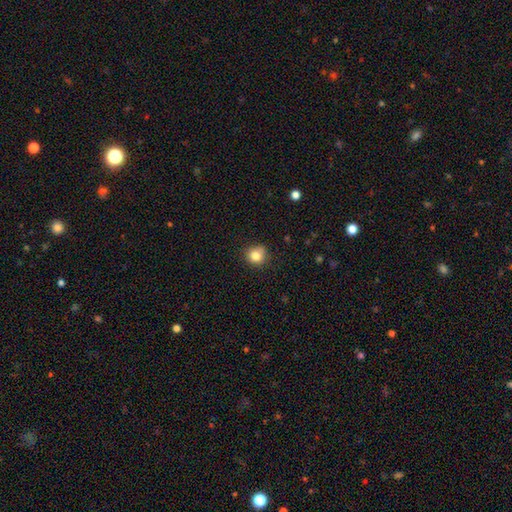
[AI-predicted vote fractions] A smooth galaxy with no disk features (83%) that is round (85%). Merging: none (78%).